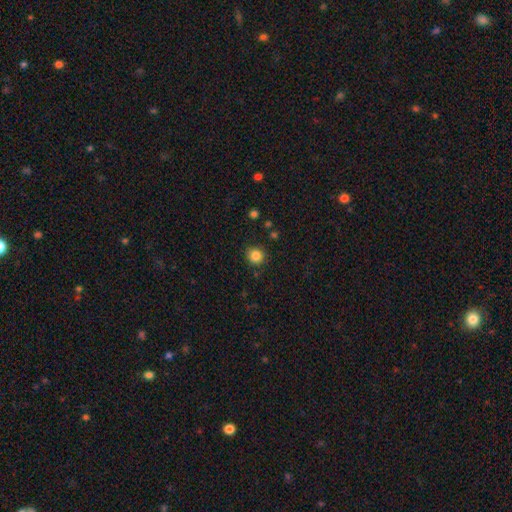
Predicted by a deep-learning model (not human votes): This appears to be a smooth galaxy with no disk features (84%) that is round (91%). Merging: none (88%).